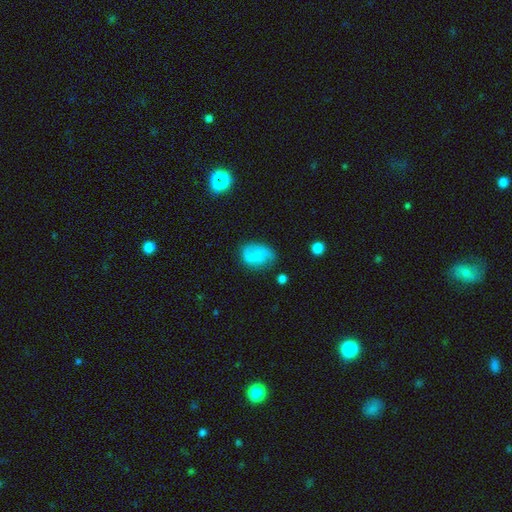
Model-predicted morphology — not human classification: Q: Smooth or featured?
A: featured or disk (51%); runner-up: smooth (39%)
Q: Edge-on disk?
A: no (97%); runner-up: yes (3%)
Q: Merging?
A: none (60%); runner-up: minor disturbance (24%)